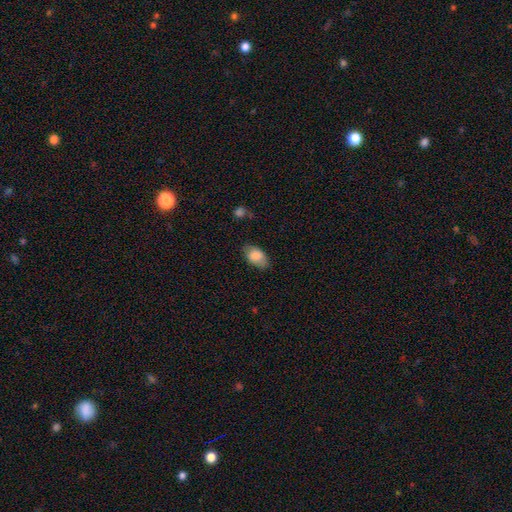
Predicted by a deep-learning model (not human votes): smooth_or_featured: smooth (p=0.80) [alt: featured or disk p=0.13]
how_rounded: in between (p=0.92) [alt: round p=0.06]
merging: none (p=0.76) [alt: minor disturbance p=0.18]